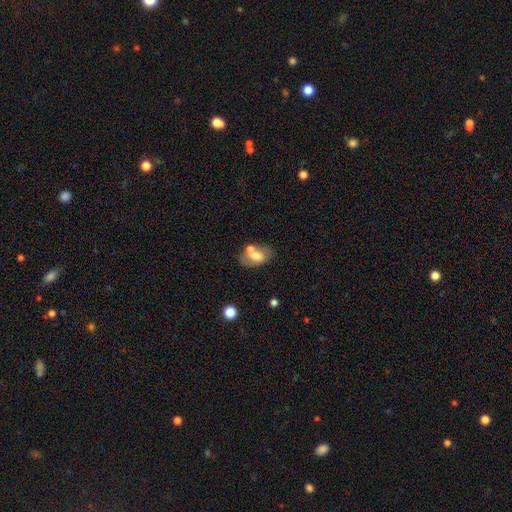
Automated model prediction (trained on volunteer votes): Q: Smooth or featured?
A: smooth (59%); runner-up: featured or disk (32%)
Q: How rounded?
A: in between (84%); runner-up: round (15%)
Q: Merging?
A: none (41%); runner-up: merger (33%)